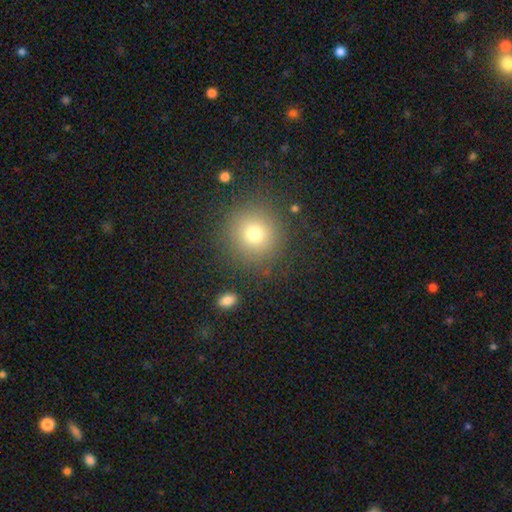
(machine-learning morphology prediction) type=smooth (70%); roundness=round (94%); merging=none (89%).